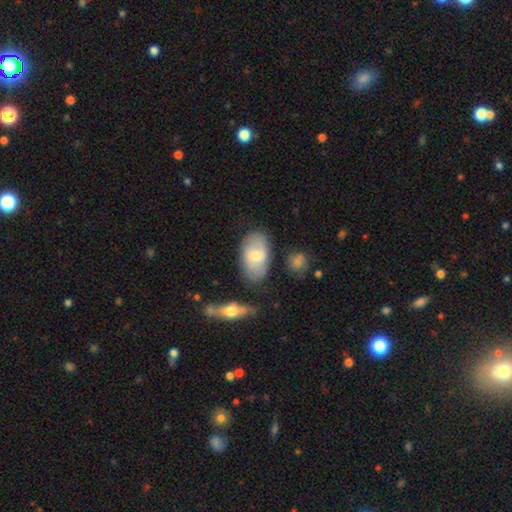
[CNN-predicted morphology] Overall: smooth (60%; featured or disk 34%). How rounded: in between (92%). Merging: none (72%).